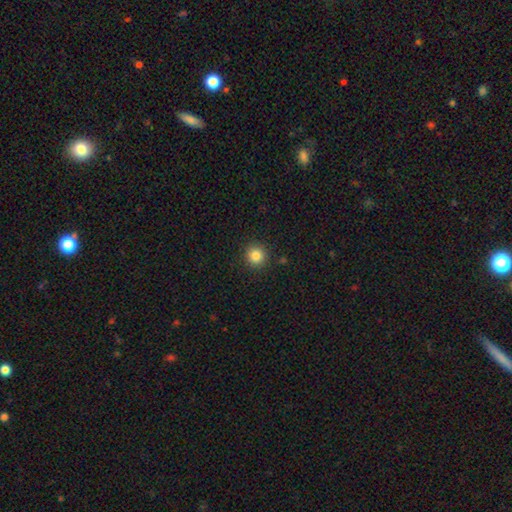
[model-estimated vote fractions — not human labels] This appears to be a smooth galaxy with no disk features (84%) that is round (94%). Merging: none (91%).